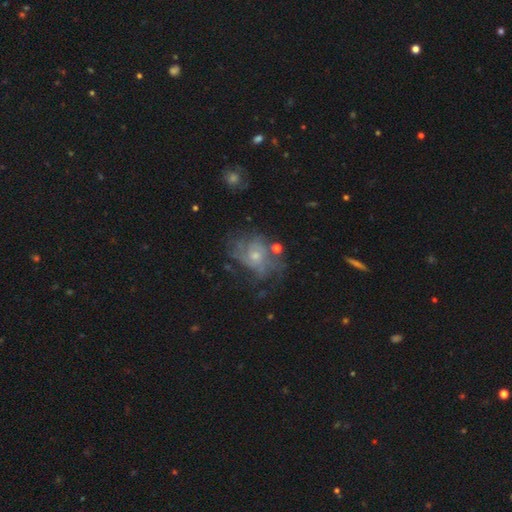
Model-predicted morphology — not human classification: Smooth or featured? featured or disk (73%)
Edge-on disk? no (97%)
Bar? no (79%)
Spiral arms? yes (81%)
Spiral winding? tight (43%)
Spiral arm count? can't tell (46%)
Bulge size? small (52%)
Merging? none (55%)